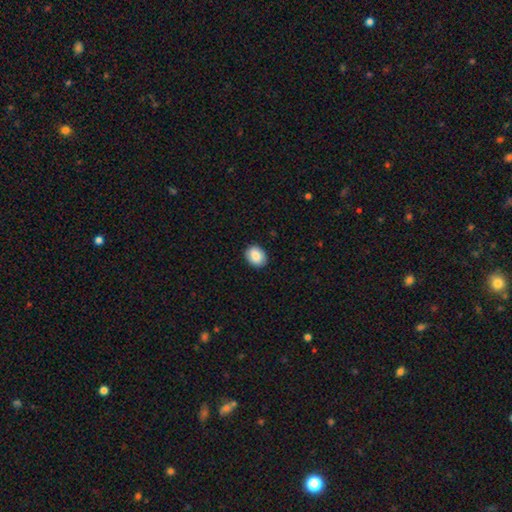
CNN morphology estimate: Smooth or featured? Predicted: smooth (p=0.85). How rounded? Predicted: in between (p=0.58). Merging? Predicted: none (p=0.89).